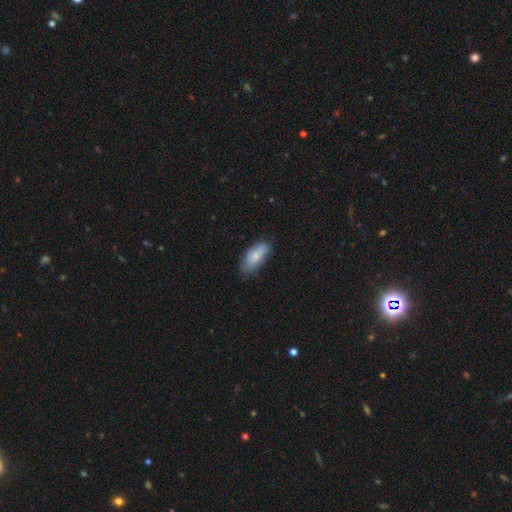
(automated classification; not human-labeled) The model was most divided on "merging": none: 69%, minor disturbance: 25%, major disturbance: 4%, merger: 1%. More confident: how rounded — in between (87%); smooth or featured — smooth (77%).